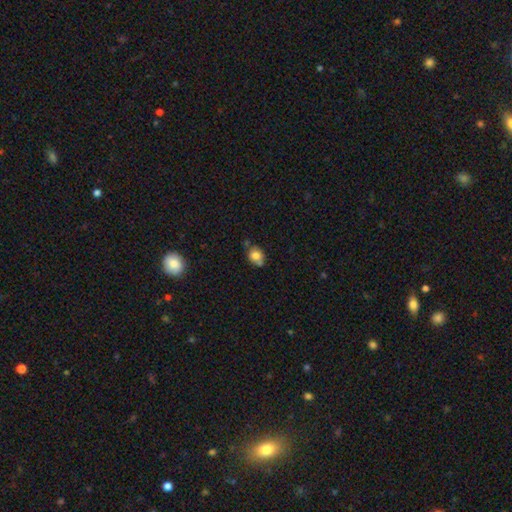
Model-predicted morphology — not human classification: A smooth galaxy with no disk features (76%) that is round (61%). Merging: none (58%).